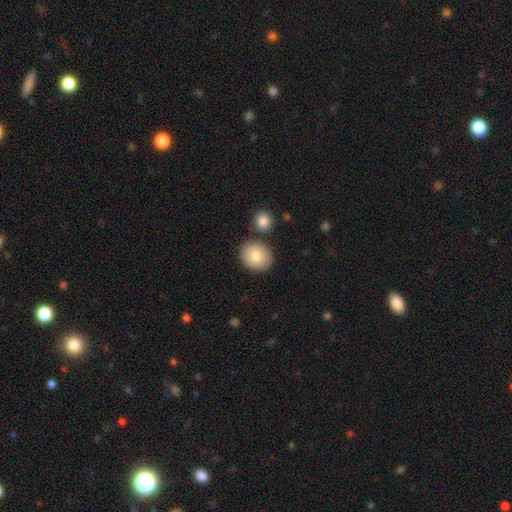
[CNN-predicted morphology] Overall: smooth (84%). How rounded: round (58%; in between 41%). Merging: none (78%).